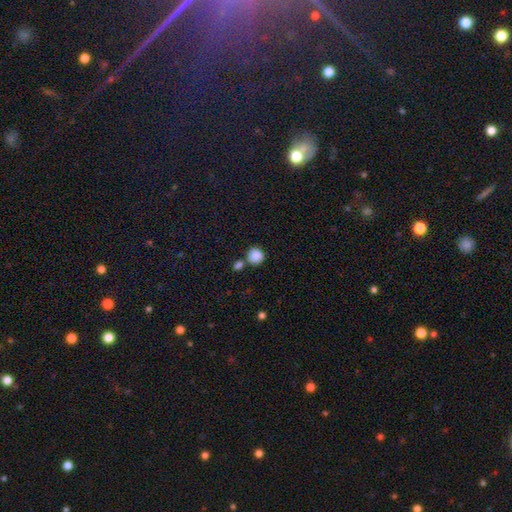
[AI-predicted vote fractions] smooth 87%, star or artifact 9%, featured or disk 4%. Down the decision tree: how rounded — round (89%); merging — none (63%).